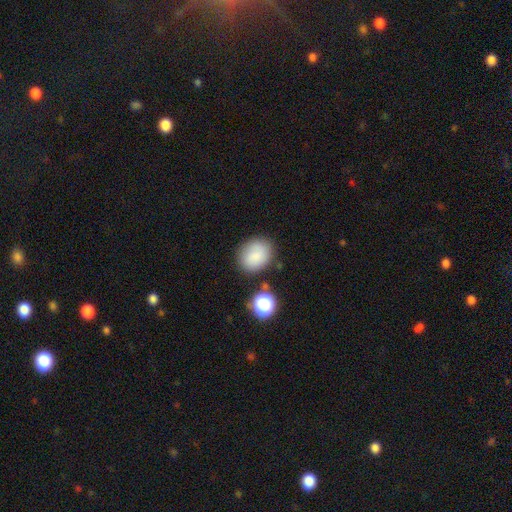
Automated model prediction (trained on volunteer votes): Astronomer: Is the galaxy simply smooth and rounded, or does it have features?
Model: smooth — 84%.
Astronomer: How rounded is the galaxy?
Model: round — 54% (runner-up: in between, 45%).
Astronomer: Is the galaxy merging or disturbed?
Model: none — 78%.